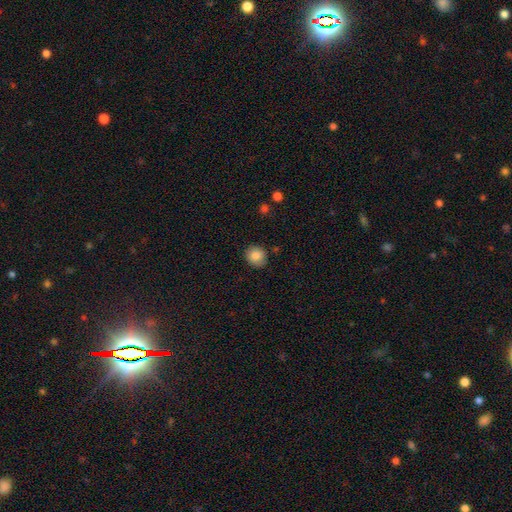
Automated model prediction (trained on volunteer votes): Smooth or featured? Predicted: smooth (p=0.84). How rounded? Predicted: round (p=0.80). Merging? Predicted: none (p=0.85).